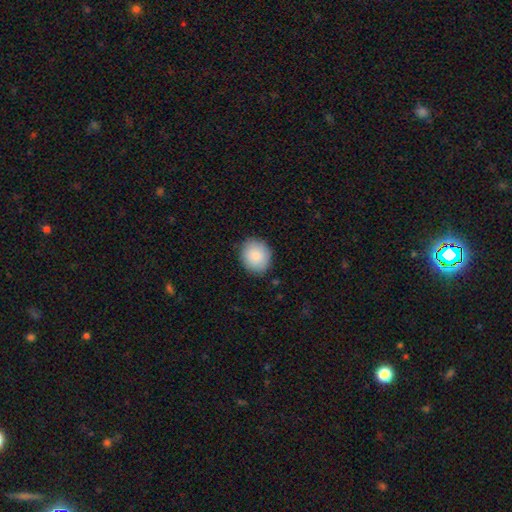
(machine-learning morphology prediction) Smooth or featured? Predicted: smooth (p=0.88). How rounded? Predicted: round (p=0.74). Merging? Predicted: none (p=0.87).